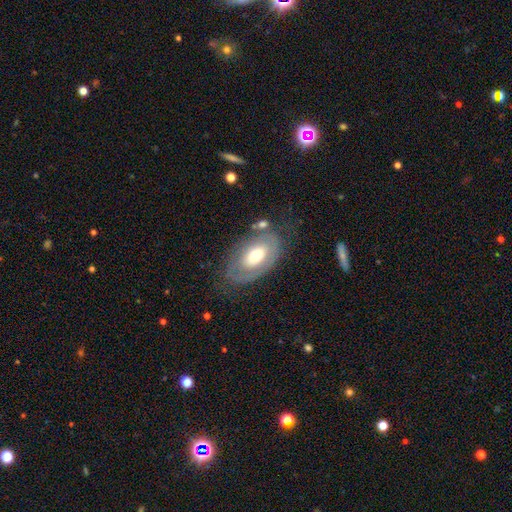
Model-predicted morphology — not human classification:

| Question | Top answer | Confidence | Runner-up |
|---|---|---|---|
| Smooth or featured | featured or disk | 52% | smooth (42%) |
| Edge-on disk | no | 90% | yes (10%) |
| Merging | none | 62% | minor disturbance (20%) |